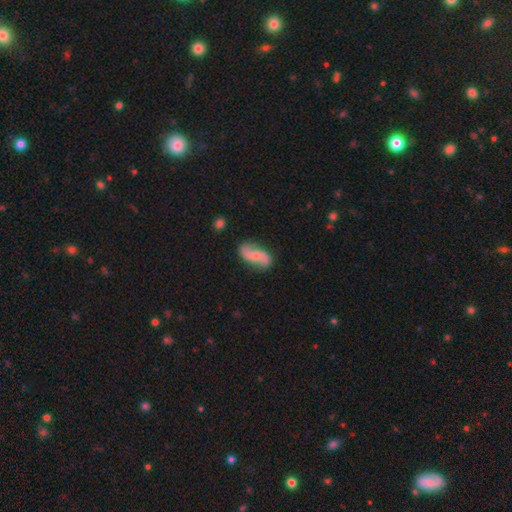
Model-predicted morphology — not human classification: type=featured or disk (74%); edge-on=no (96%); bar=no (58%); spiral arms=yes (95%); winding=loose (66%); arm count=2 (92%); bulge=small (52%); merging=none (75%).